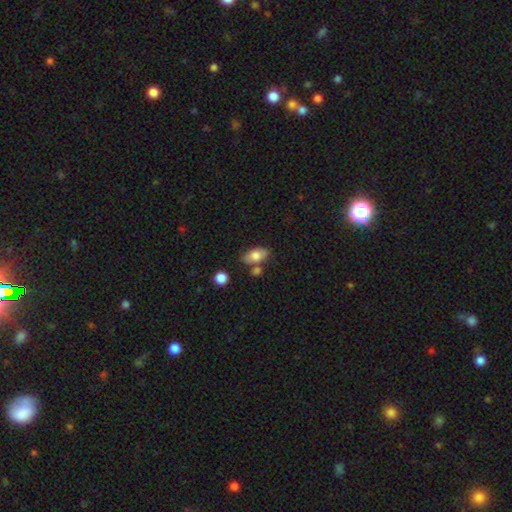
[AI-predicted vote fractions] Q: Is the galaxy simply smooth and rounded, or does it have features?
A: smooth — 74%.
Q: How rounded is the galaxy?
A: in between — 88%.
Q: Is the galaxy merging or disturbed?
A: none — 67%.